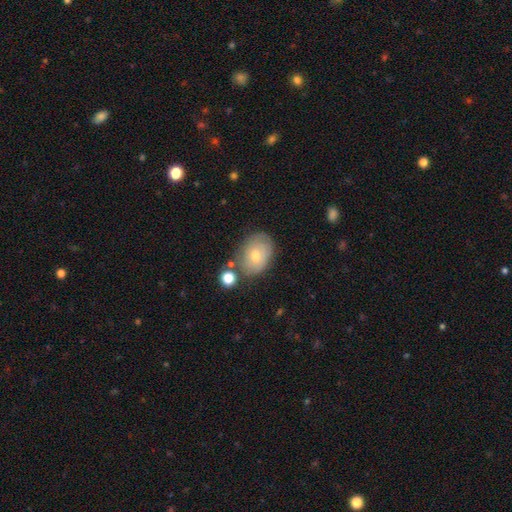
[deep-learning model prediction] A smooth galaxy with no disk features (60%) that is in between round and cigar-shaped (74%). Merging: none (67%).